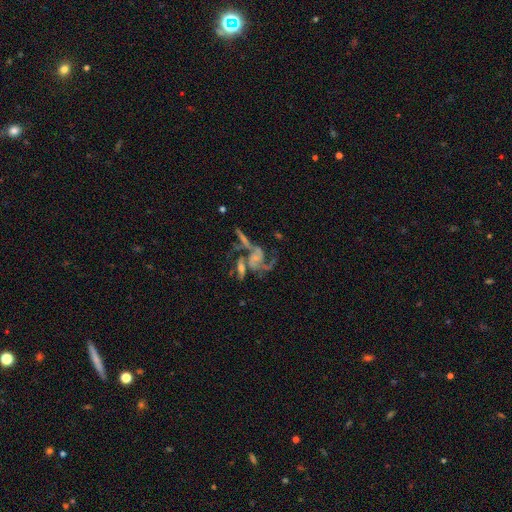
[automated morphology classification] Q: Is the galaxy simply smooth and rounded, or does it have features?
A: featured or disk — 74%.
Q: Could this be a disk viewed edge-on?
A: no — 95%.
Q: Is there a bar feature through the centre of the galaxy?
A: no — 60%.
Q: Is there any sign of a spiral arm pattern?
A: yes — 87%.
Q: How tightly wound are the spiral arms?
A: loose — 41%, tied with medium.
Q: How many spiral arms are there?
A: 2 — 35%.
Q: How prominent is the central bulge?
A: small — 44%.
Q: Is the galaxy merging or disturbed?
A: merger — 34%.